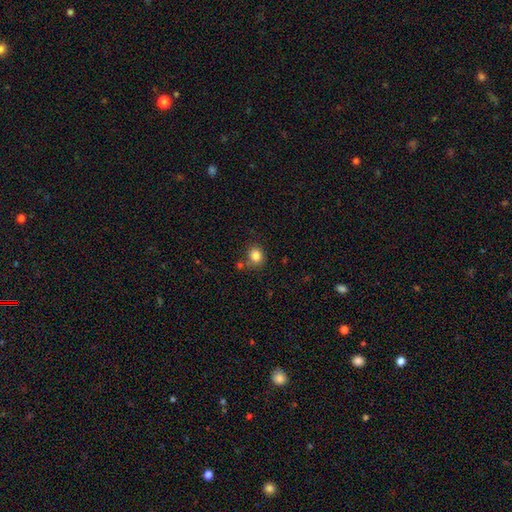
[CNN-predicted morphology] Q: Smooth or featured?
A: smooth (84%); runner-up: star or artifact (11%)
Q: How rounded?
A: round (72%); runner-up: in between (27%)
Q: Merging?
A: none (73%); runner-up: minor disturbance (13%)